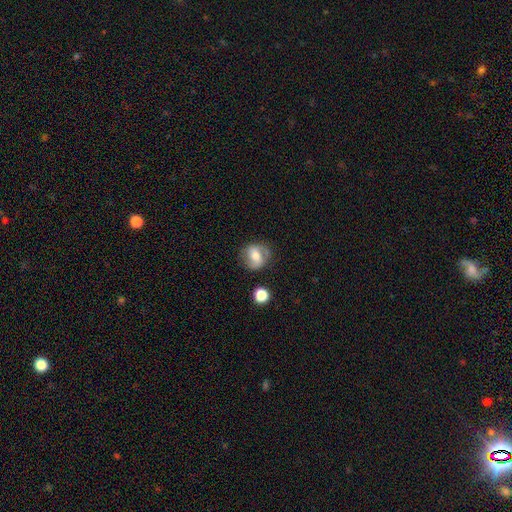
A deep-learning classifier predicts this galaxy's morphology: smooth-or-featured: smooth: 47% | featured or disk: 44% | star or artifact: 9%
  merging: none: 66% | minor disturbance: 21% | major disturbance: 9% | merger: 4%